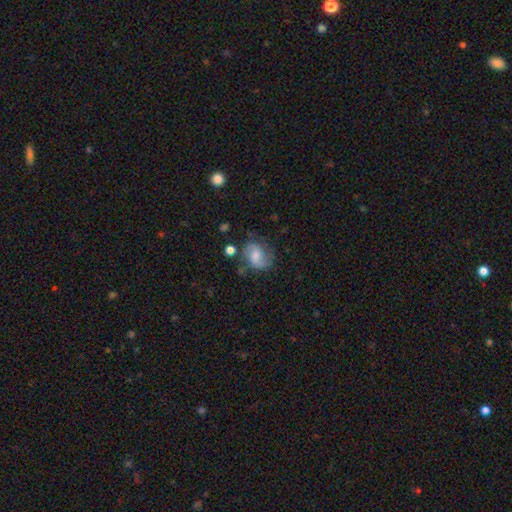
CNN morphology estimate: Smooth or featured: featured or disk — 47% (smooth — 44%)
Merging: none — 60% (minor disturbance — 24%)